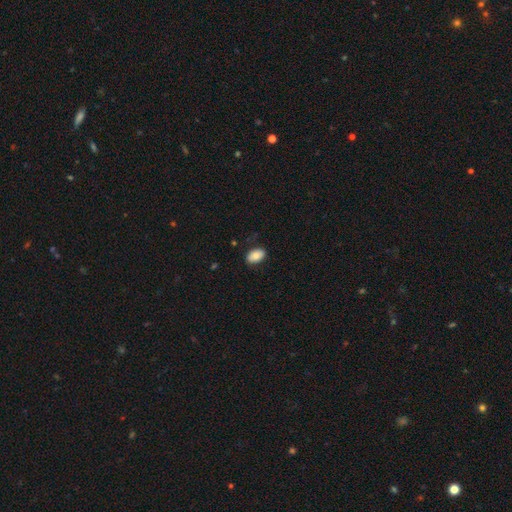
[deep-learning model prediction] This appears to be a smooth galaxy with no disk features (81%) that is in between round and cigar-shaped (91%). Merging: none (82%).